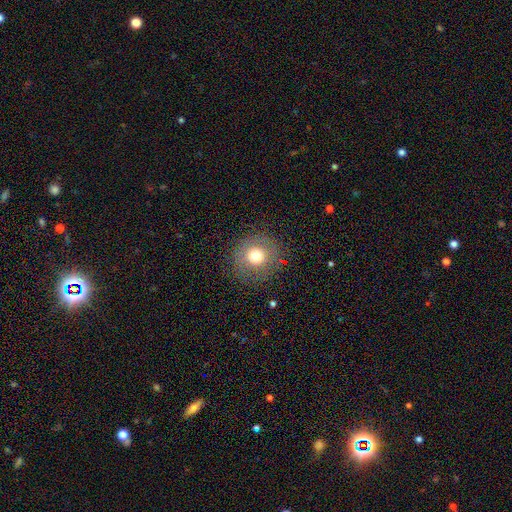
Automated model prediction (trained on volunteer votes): This appears to be a smooth galaxy with no disk features (67%) that is round (90%). Merging: none (82%).